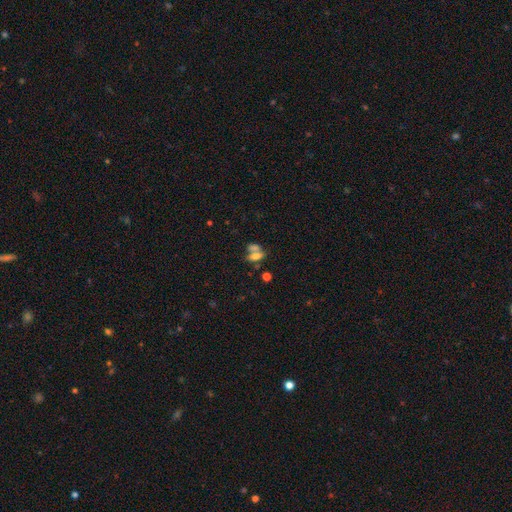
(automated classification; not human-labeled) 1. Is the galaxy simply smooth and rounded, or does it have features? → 63% smooth, 24% featured or disk, 13% star or artifact.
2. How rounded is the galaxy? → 75% in between, 14% cigar-shaped, 12% round.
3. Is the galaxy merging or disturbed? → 47% merger, 36% none, 10% minor disturbance, 7% major disturbance.